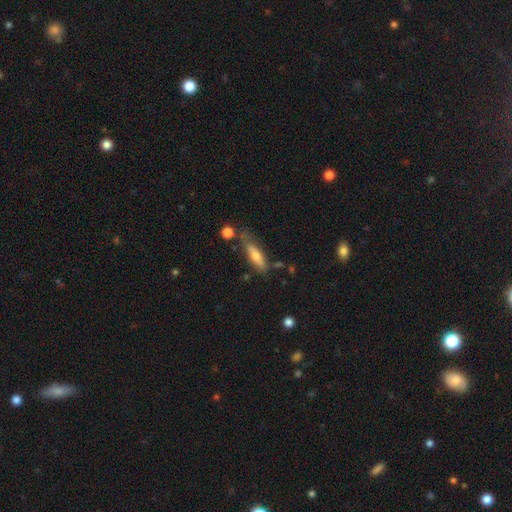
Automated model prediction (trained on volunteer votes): Smooth or featured? Predicted: smooth (p=0.60). How rounded? Predicted: cigar-shaped (p=0.66). Merging? Predicted: none (p=0.59).